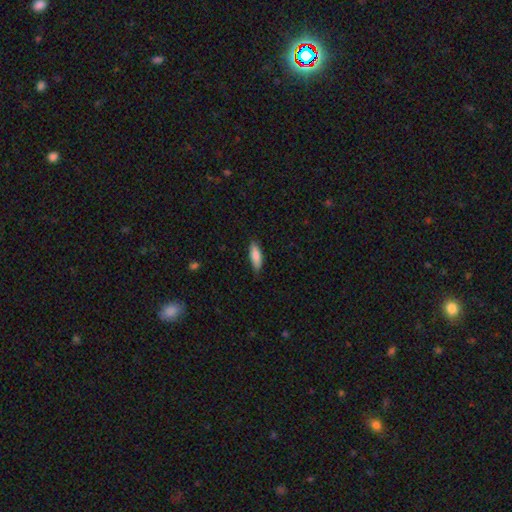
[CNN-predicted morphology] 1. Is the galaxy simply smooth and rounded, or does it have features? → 86% smooth, 8% featured or disk, 6% star or artifact.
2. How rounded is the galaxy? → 57% in between, 41% cigar-shaped, 2% round.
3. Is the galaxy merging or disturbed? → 79% none, 18% minor disturbance, 3% major disturbance, 1% merger.